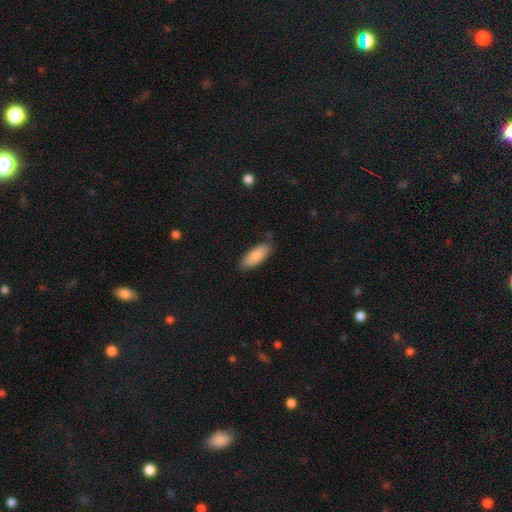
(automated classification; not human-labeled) This appears to be a smooth galaxy with no disk features (86%) that is in between round and cigar-shaped (77%). Merging: none (83%).